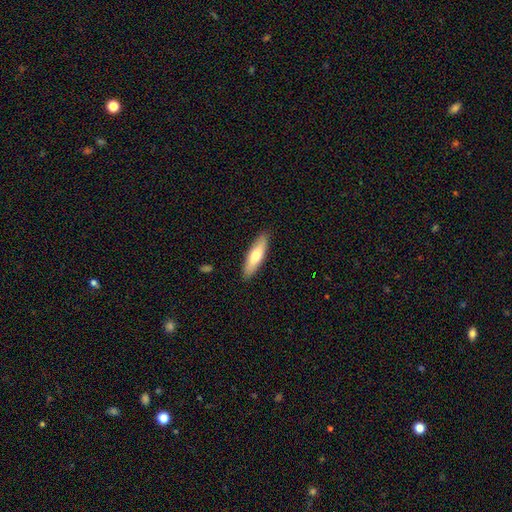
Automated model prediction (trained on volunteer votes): This is likely a smooth galaxy (68%). How rounded: likely cigar-shaped (64%). Merging: clearly none (89%).